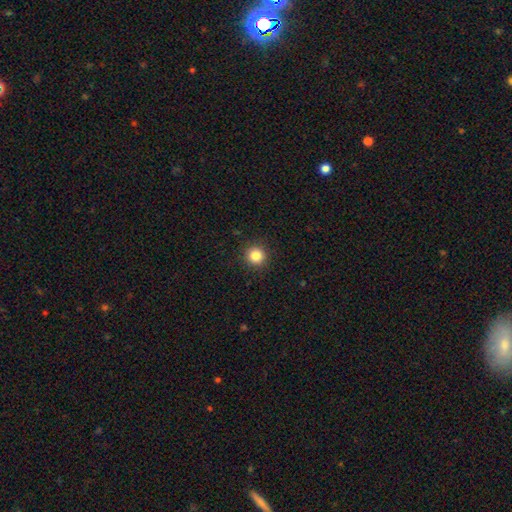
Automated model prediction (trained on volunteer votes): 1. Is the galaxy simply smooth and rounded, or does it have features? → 85% smooth, 11% star or artifact, 4% featured or disk.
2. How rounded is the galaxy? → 94% round, 5% in between, 1% cigar-shaped.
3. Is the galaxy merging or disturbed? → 92% none, 5% minor disturbance, 2% major disturbance, 1% merger.